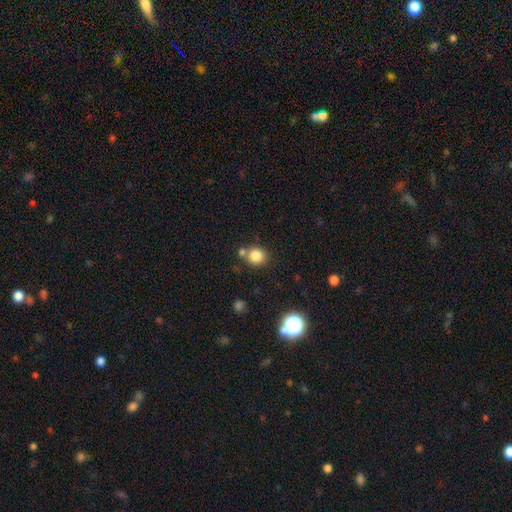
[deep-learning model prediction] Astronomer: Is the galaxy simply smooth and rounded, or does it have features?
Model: smooth — 82%.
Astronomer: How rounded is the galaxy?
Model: round — 84%.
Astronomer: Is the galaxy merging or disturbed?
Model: none — 69%.